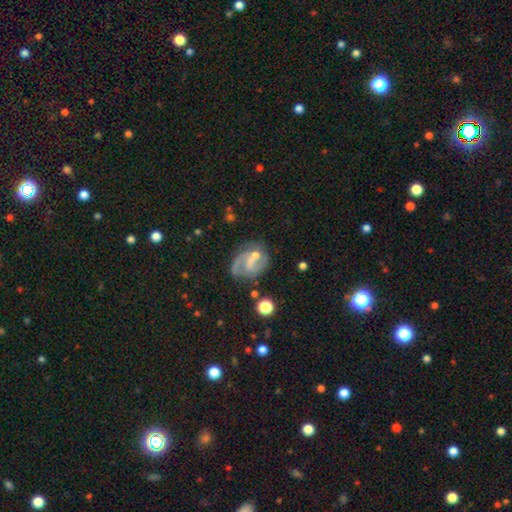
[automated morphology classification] Smooth or featured?
  - featured or disk: 72% *
  - smooth: 15%
  - star or artifact: 13%
Edge-on disk?
  - no: 97% *
  - yes: 3%
Bar?
  - weak: 44% *
  - no: 39%
  - strong: 17%
Spiral arms?
  - yes: 90% *
  - no: 10%
Spiral winding?
  - medium: 48% *
  - tight: 32%
  - loose: 20%
Spiral arm count?
  - 2: 61% *
  - can't tell: 14%
  - 1: 11%
  - 3: 9%
  - 4: 3%
  - more than 4: 3%
Bulge size?
  - small: 62% *
  - moderate: 24%
  - none: 10%
  - large: 2%
  - dominant: 1%
Merging?
  - none: 63% *
  - minor disturbance: 19%
  - major disturbance: 12%
  - merger: 6%